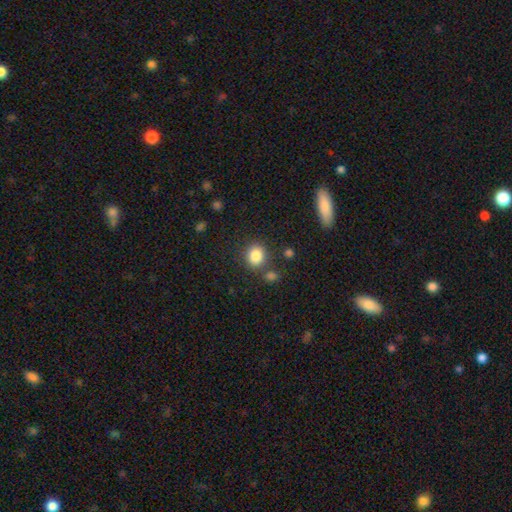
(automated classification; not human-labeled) A smooth galaxy with no disk features (84%) that is round (72%). Merging: none (77%).